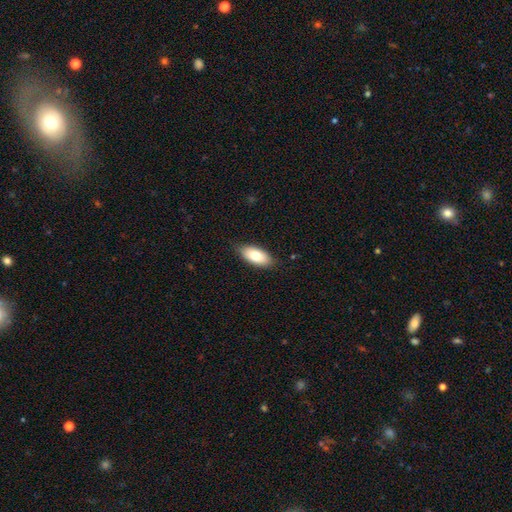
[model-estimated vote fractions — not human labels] A smooth galaxy with no disk features (80%) that is in between round and cigar-shaped (90%).

Vote fractions:
- Smooth or featured? smooth: 80% / featured or disk: 14% / star or artifact: 7%
- How rounded? in between: 90% / cigar-shaped: 7% / round: 2%
- Merging? none: 85% / minor disturbance: 12% / major disturbance: 2% / merger: 1%